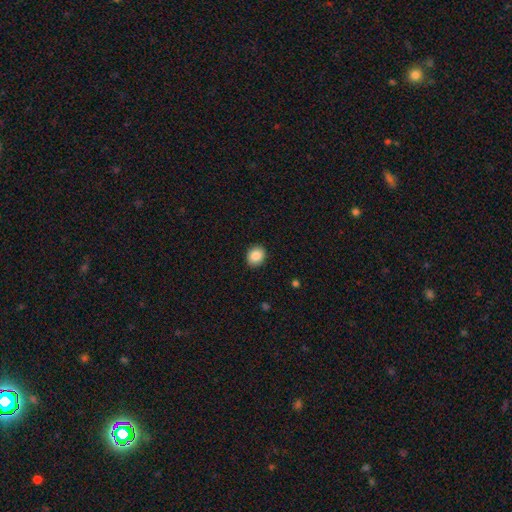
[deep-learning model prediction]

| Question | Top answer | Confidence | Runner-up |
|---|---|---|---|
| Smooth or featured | smooth | 88% | star or artifact (9%) |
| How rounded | round | 66% | in between (33%) |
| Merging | none | 91% | minor disturbance (7%) |